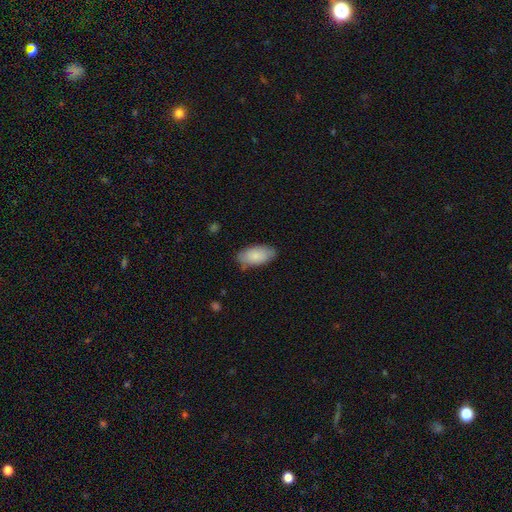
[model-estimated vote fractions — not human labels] This appears to be a smooth galaxy with no disk features (81%) that is in between round and cigar-shaped (94%). Merging: none (76%).